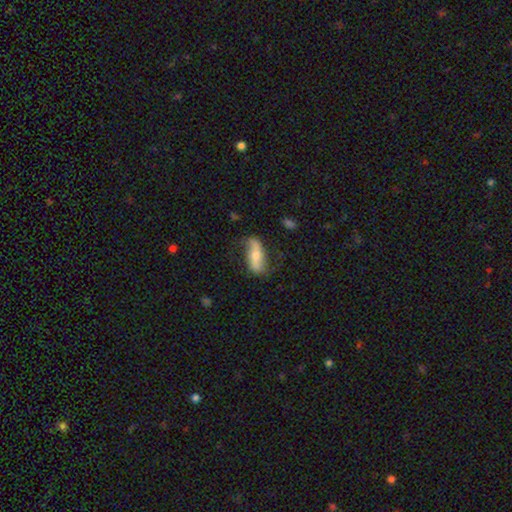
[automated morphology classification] Smooth or featured? Predicted: featured or disk (p=0.50). Merging? Predicted: none (p=0.65).